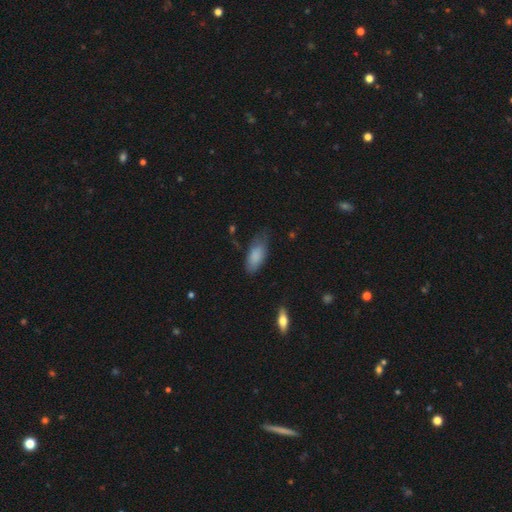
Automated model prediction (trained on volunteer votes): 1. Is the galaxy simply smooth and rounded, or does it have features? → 83% smooth, 10% featured or disk, 7% star or artifact.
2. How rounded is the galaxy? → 89% in between, 9% cigar-shaped, 2% round.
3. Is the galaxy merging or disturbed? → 55% none, 33% minor disturbance, 10% major disturbance, 2% merger.